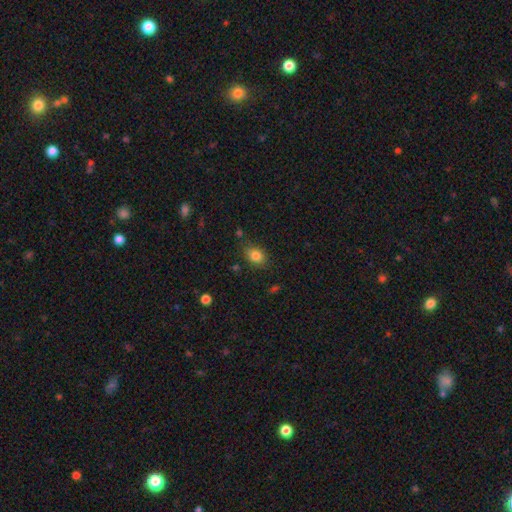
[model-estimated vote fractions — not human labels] Morphology: type=smooth (83%); roundness=in between (67%); merging=none (79%).